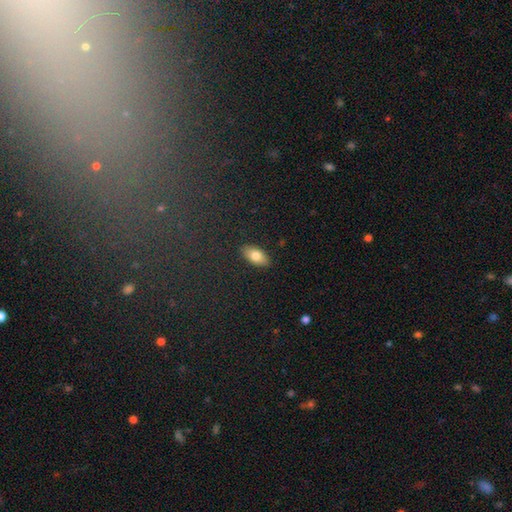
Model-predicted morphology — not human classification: smooth-or-featured: smooth: 79% | featured or disk: 14% | star or artifact: 7%
  how-rounded: in between: 91% | cigar-shaped: 5% | round: 4%
  merging: none: 89% | minor disturbance: 8% | major disturbance: 2% | merger: 1%